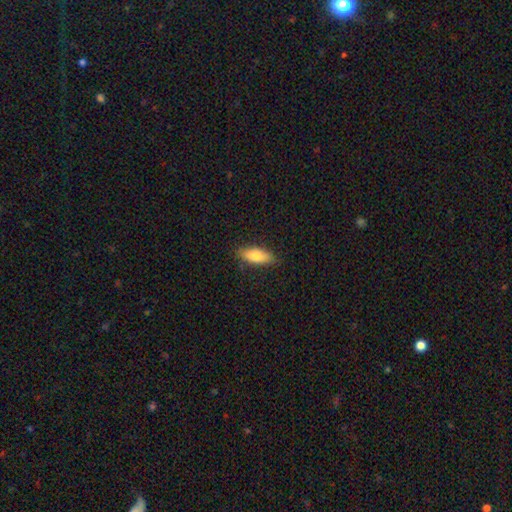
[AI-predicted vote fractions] A smooth galaxy with no disk features (77%) that is in between round and cigar-shaped (70%). Merging: none (85%).